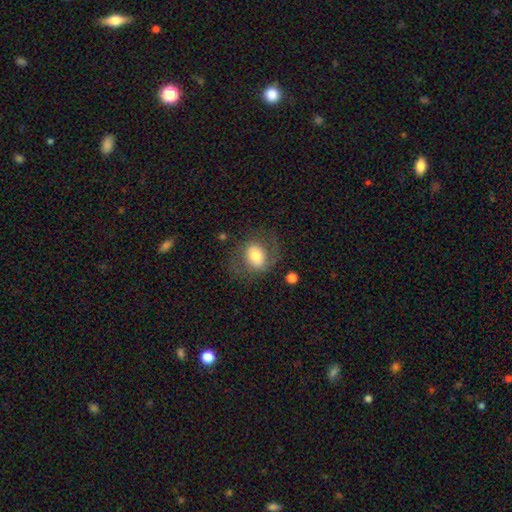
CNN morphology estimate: Smooth or featured: smooth — 59% (featured or disk — 33%)
How rounded: round — 53% (in between — 46%)
Merging: none — 64% (minor disturbance — 19%)